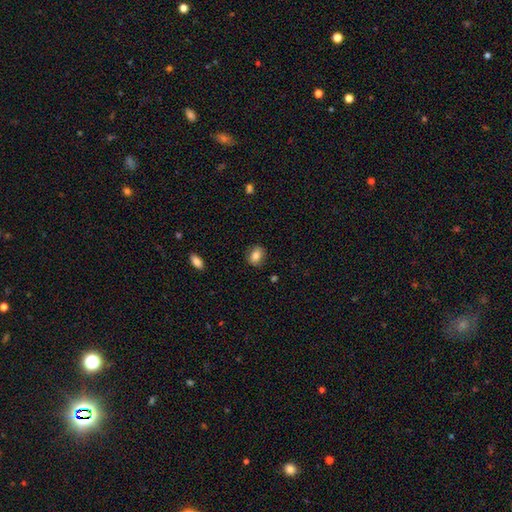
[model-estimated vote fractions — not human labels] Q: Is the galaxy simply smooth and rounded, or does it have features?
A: smooth — 81%.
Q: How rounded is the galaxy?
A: in between — 52%.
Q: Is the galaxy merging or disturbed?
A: none — 85%.